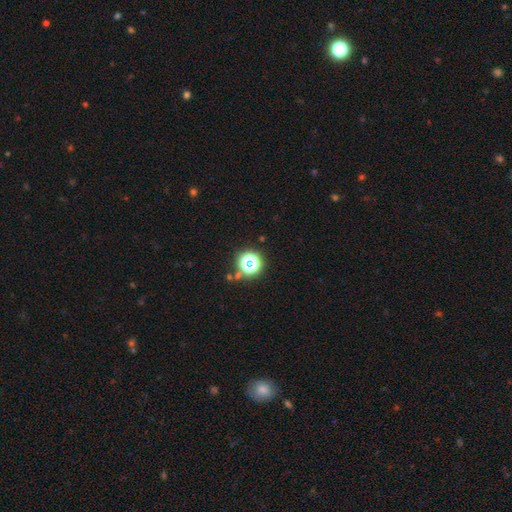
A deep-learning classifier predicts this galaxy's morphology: The model was most divided on "smooth or featured": star or artifact: 63%, smooth: 28%, featured or disk: 9%.